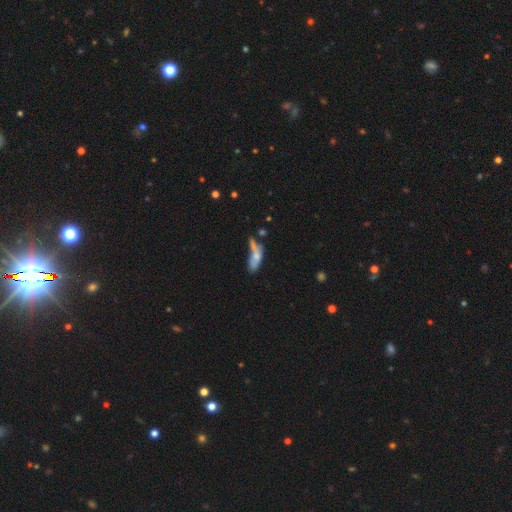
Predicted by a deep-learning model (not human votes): smooth 60%, featured or disk 30%, star or artifact 10%. Down the decision tree: how rounded — in between (57%); merging — merger (30%).